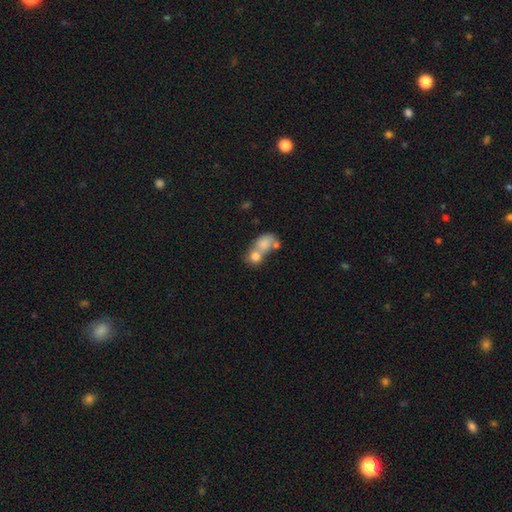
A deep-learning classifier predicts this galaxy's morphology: Smooth or featured? Predicted: smooth (p=0.57). How rounded? Predicted: round (p=0.51). Merging? Predicted: merger (p=0.55).